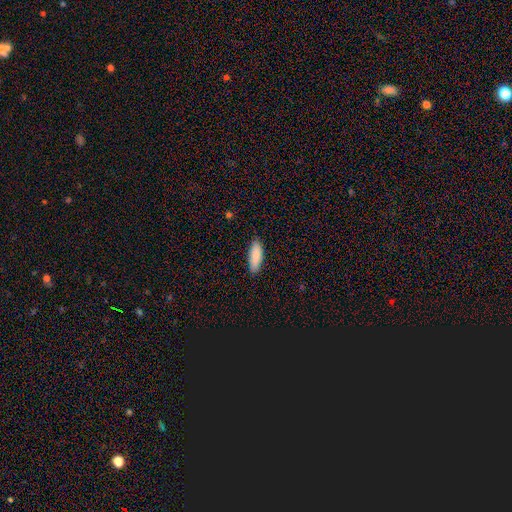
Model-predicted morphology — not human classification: The model was most divided on "how rounded": in between: 68%, cigar-shaped: 31%, round: 2%. More confident: smooth or featured — smooth (88%); merging — none (86%).